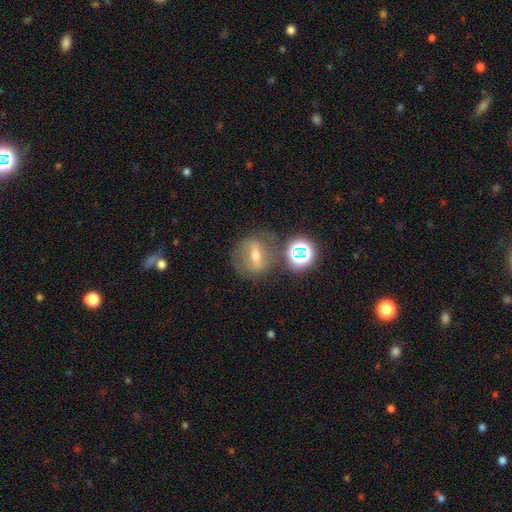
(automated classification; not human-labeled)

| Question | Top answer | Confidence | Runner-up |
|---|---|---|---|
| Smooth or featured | featured or disk | 52% | smooth (27%) |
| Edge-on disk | no | 86% | yes (14%) |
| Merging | none | 69% | minor disturbance (15%) |